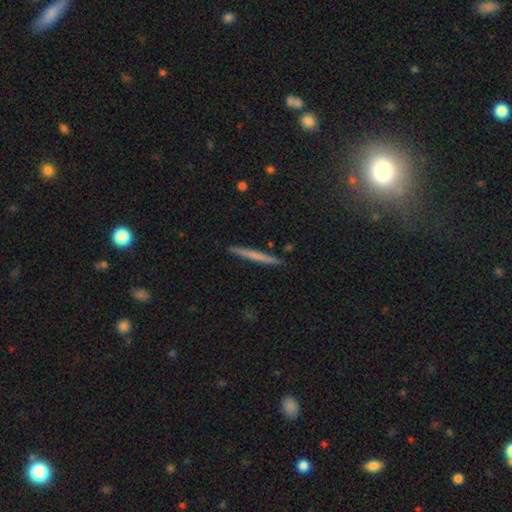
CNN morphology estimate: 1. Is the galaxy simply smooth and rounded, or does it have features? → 57% smooth, 37% featured or disk, 6% star or artifact.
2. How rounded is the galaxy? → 97% cigar-shaped, 2% in between, 1% round.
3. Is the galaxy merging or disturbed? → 91% none, 6% minor disturbance, 1% merger, 1% major disturbance.